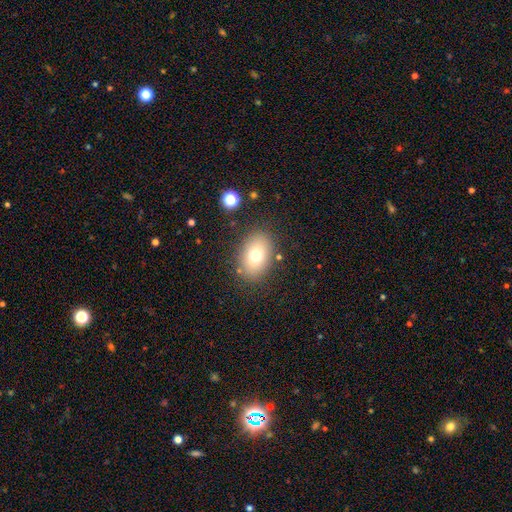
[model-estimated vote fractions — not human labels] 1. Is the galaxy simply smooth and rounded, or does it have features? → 73% smooth, 16% featured or disk, 12% star or artifact.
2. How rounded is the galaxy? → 75% in between, 23% round, 1% cigar-shaped.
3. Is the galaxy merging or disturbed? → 84% none, 10% minor disturbance, 4% major disturbance, 2% merger.